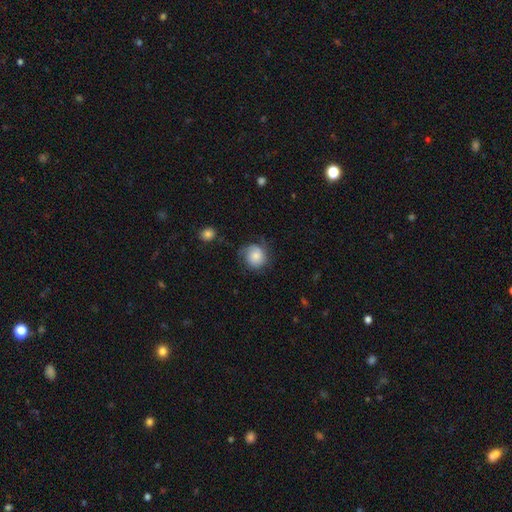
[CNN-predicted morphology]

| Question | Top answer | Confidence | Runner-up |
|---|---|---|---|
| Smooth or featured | smooth | 65% | featured or disk (26%) |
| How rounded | round | 83% | in between (16%) |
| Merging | none | 60% | minor disturbance (26%) |